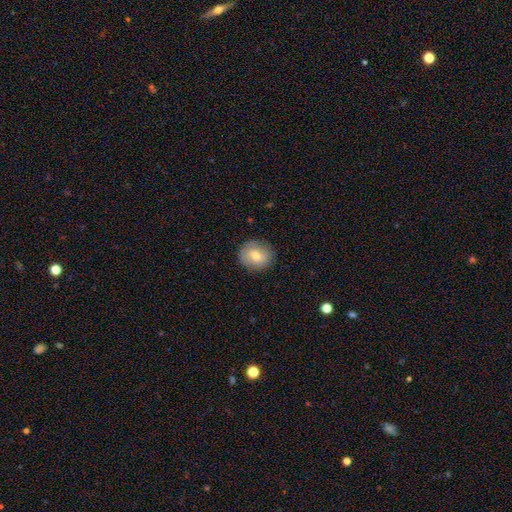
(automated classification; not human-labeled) Smooth or featured? smooth (71%)
How rounded? round (75%)
Merging? none (87%)